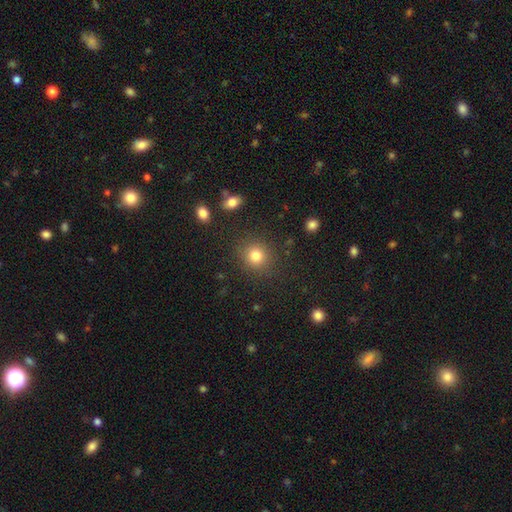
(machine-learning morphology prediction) smooth_or_featured: smooth (p=0.82) [alt: star or artifact p=0.12]
how_rounded: round (p=0.89) [alt: in between p=0.11]
merging: none (p=0.86) [alt: minor disturbance p=0.08]